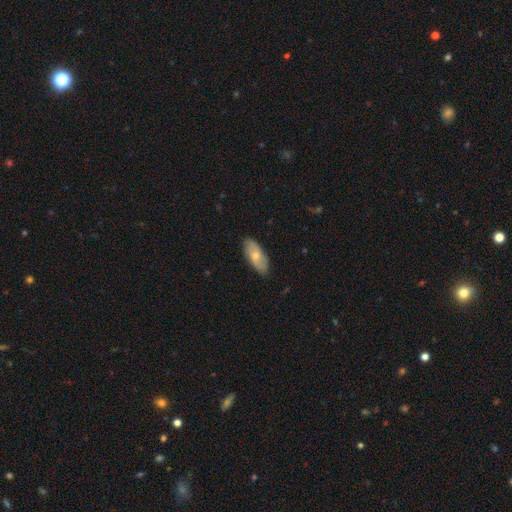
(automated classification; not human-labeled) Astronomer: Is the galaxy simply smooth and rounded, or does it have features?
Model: smooth — 58% (runner-up: featured or disk, 37%).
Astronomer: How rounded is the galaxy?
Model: in between — 85%.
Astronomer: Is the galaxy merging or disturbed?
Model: none — 85%.